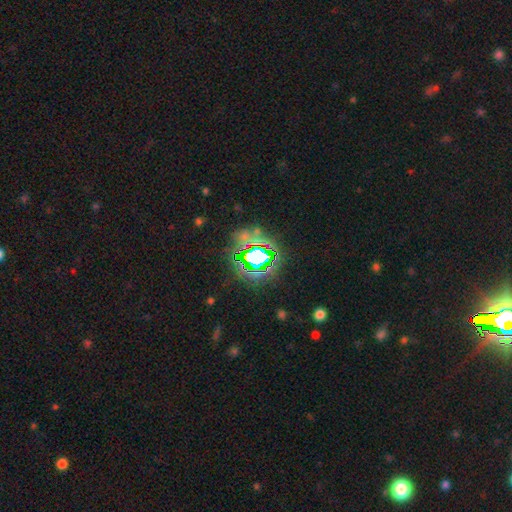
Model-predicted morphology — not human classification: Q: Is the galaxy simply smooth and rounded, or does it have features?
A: star or artifact — 71%.